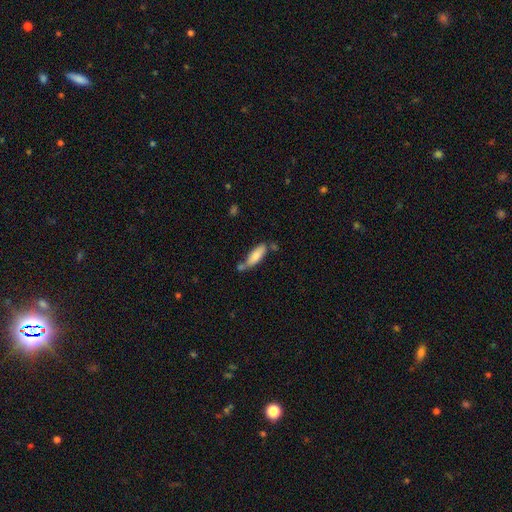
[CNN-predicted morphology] The model was most divided on "how rounded": in between: 54%, cigar-shaped: 44%, round: 2%. More confident: smooth or featured — smooth (77%); merging — none (53%).